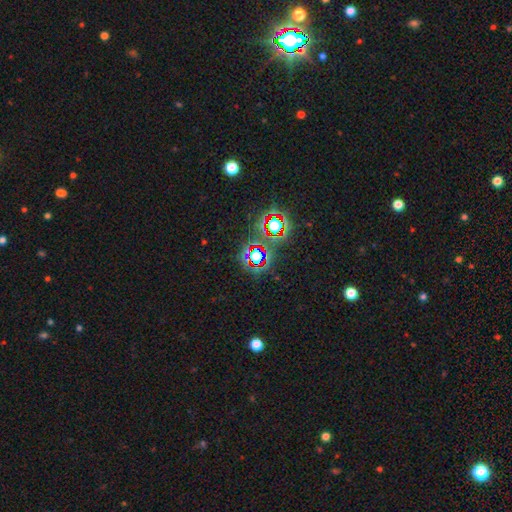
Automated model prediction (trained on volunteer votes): A star or artifact, not a galaxy (72%).